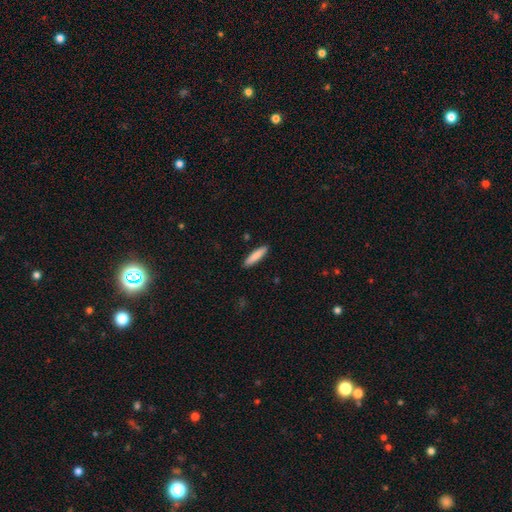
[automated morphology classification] Q: Smooth or featured?
A: smooth (85%); runner-up: featured or disk (10%)
Q: How rounded?
A: cigar-shaped (81%); runner-up: in between (18%)
Q: Merging?
A: none (90%); runner-up: minor disturbance (7%)